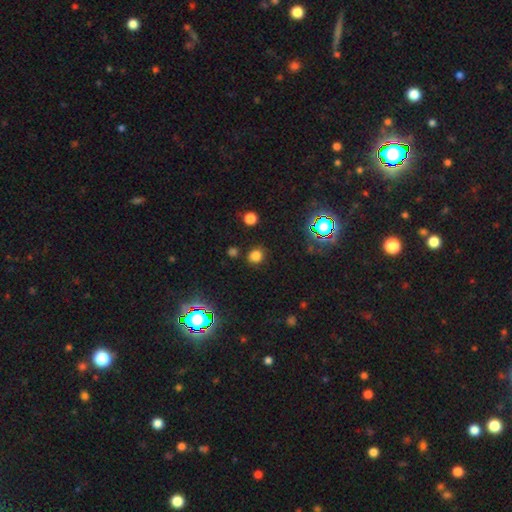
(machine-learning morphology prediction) Smooth or featured: smooth — 74% (star or artifact — 22%)
How rounded: round — 82% (in between — 16%)
Merging: none — 85% (minor disturbance — 8%)